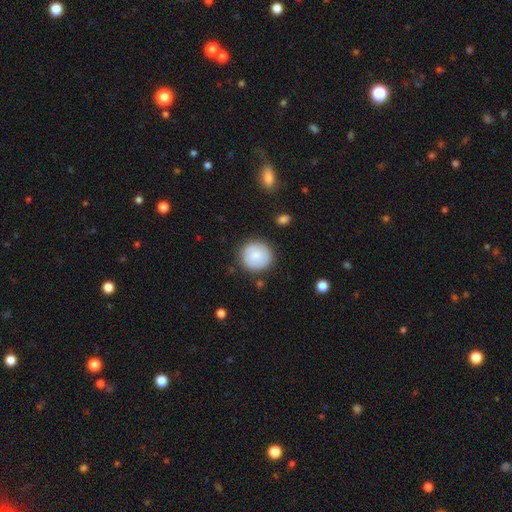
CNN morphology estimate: This appears to be a smooth galaxy with no disk features (81%) that is round (93%). Merging: none (86%).